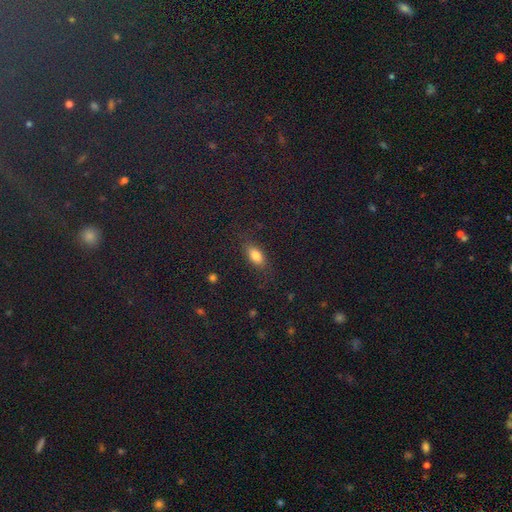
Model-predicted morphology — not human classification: smooth 80%, star or artifact 11%, featured or disk 9%. Down the decision tree: how rounded — in between (83%); merging — none (81%).